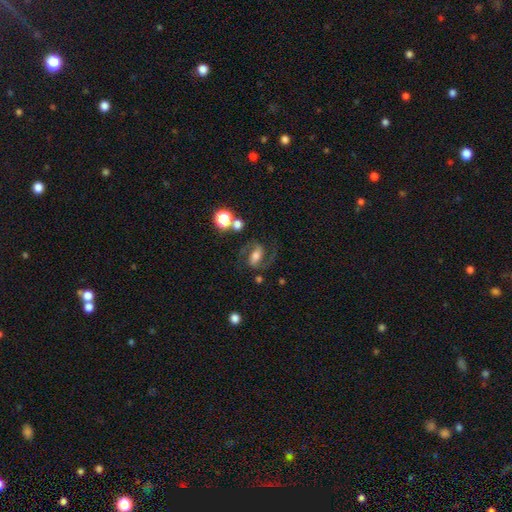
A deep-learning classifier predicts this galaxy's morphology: This appears to be a featured or disk galaxy (80%) with a strong bar (43%), 2 (93%) medium (62%) spiral arms (96%) and a moderate central bulge (52%). Merging: none (73%).